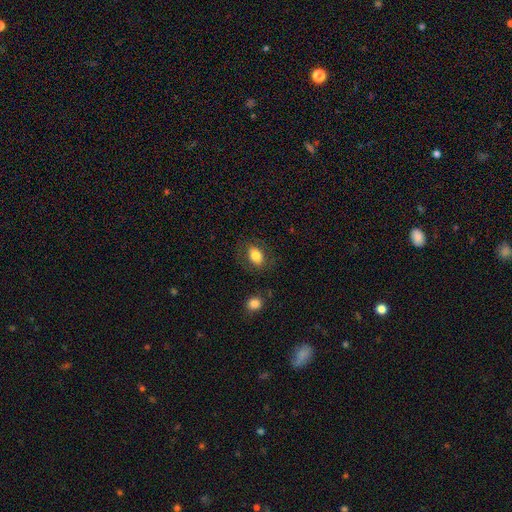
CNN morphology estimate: smooth_or_featured: smooth (p=0.79) [alt: featured or disk p=0.13]
how_rounded: in between (p=0.78) [alt: round p=0.20]
merging: none (p=0.78) [alt: minor disturbance p=0.13]